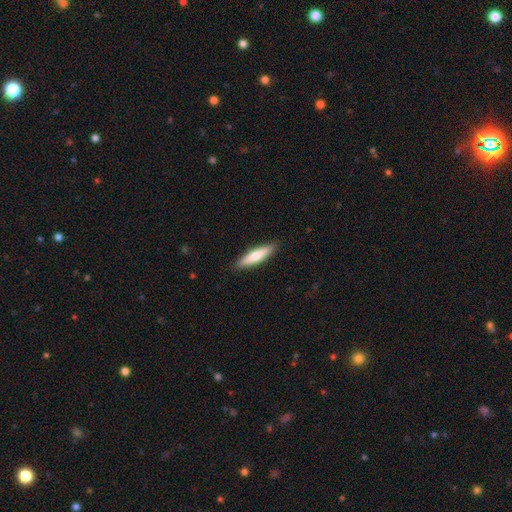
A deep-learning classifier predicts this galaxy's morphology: A smooth galaxy with no disk features (68%) that is cigar-shaped (80%). Merging: none (90%).